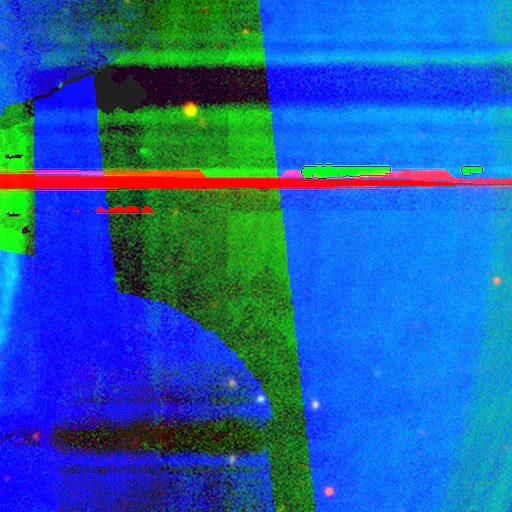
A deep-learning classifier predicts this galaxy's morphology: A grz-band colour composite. It shows a star or artifact, not a galaxy (89%).